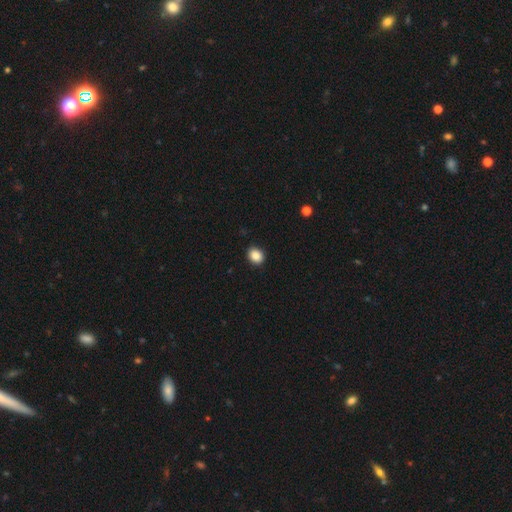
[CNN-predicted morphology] smooth-or-featured: smooth: 88% | star or artifact: 9% | featured or disk: 3%
  how-rounded: round: 54% | in between: 45% | cigar-shaped: 1%
  merging: none: 91% | minor disturbance: 7% | major disturbance: 2% | merger: 1%